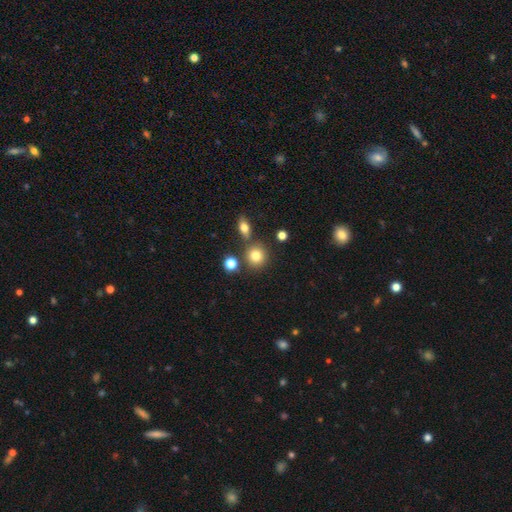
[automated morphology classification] The model was most divided on "merging": none: 75%, merger: 12%, minor disturbance: 9%, major disturbance: 3%. More confident: how rounded — round (87%); smooth or featured — smooth (79%).